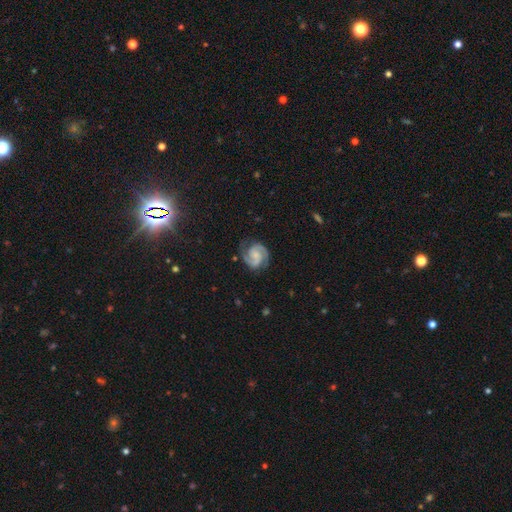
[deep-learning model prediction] The model was most divided on "spiral winding": medium: 48%, tight: 44%, loose: 8%. Remaining: spiral arms — yes (98%); edge-on disk — no (98%); spiral arm count — 2 (93%); smooth or featured — featured or disk (91%); merging — none (80%); bar — no (54%); bulge size — small (39%).